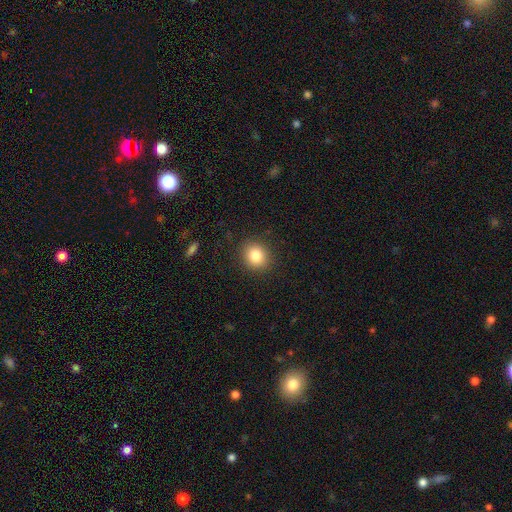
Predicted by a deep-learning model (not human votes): A smooth galaxy with no disk features (83%) that is round (80%). Merging: none (90%).